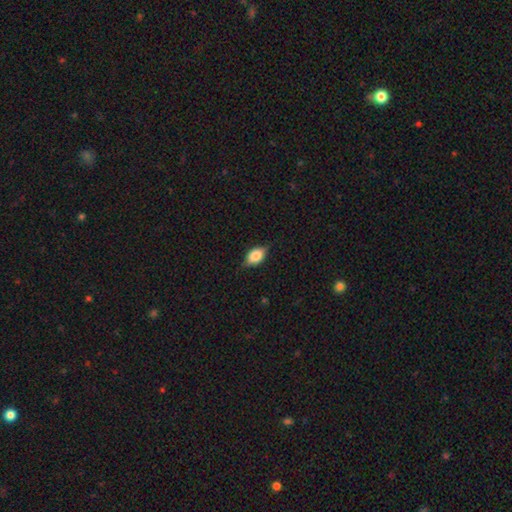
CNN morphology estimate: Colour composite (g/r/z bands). It shows a smooth galaxy with no disk features (62%) that is in between round and cigar-shaped (82%). Merging: none (78%).